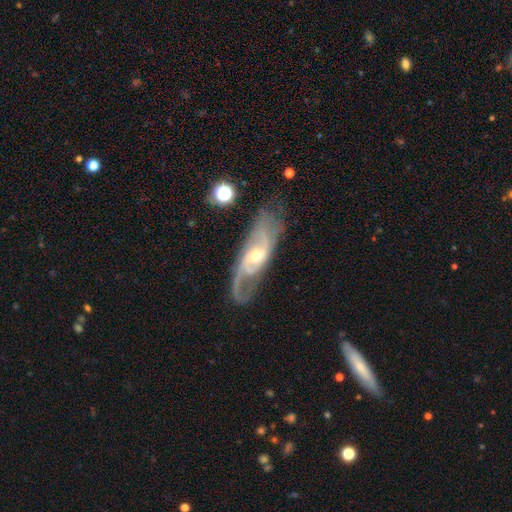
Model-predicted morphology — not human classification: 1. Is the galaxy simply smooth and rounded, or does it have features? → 85% featured or disk, 9% smooth, 6% star or artifact.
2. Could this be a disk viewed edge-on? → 88% no, 12% yes.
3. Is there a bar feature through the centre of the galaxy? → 50% no, 40% weak, 10% strong.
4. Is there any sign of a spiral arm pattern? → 95% yes, 5% no.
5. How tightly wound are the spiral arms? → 46% medium, 28% tight, 26% loose.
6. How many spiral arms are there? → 64% 2, 17% can't tell, 8% 3, 7% 1, 2% 4, 2% more than 4.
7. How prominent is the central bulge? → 49% small, 46% moderate, 2% large, 1% none, 1% dominant.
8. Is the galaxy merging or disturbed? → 66% none, 20% minor disturbance, 12% major disturbance, 2% merger.